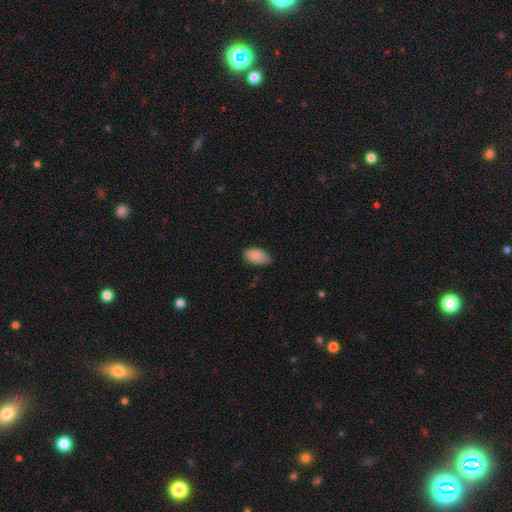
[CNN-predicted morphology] Overall: smooth (87%). How rounded: in between (93%). Merging: none (69%).